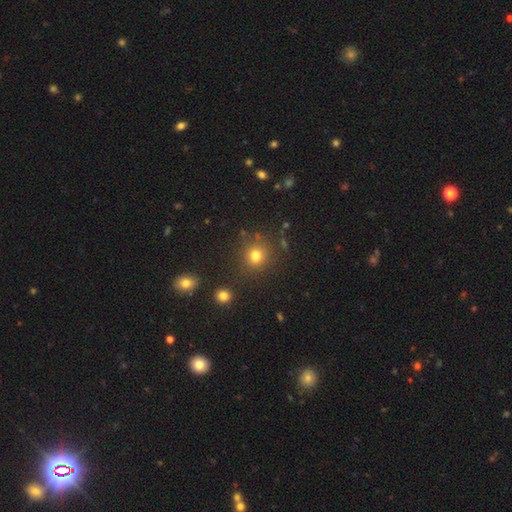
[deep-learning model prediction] Smooth or featured: smooth — 77% (star or artifact — 16%)
How rounded: round — 88% (in between — 11%)
Merging: none — 83% (minor disturbance — 9%)